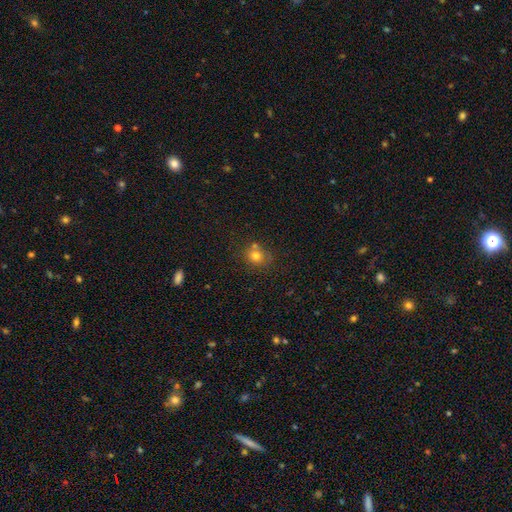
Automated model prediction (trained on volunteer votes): Morphology: type=smooth (76%); roundness=round (77%); merging=none (59%).